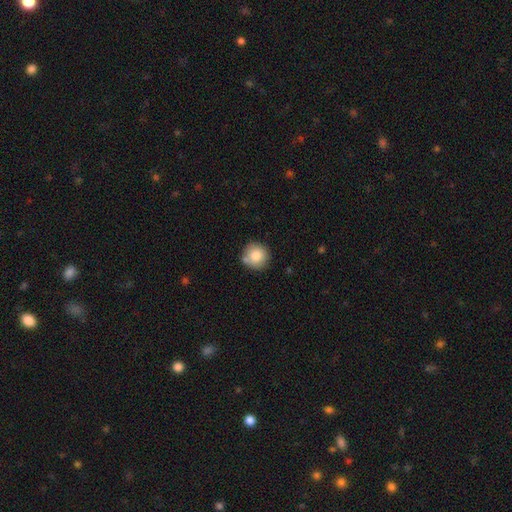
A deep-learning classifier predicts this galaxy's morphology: Q: Smooth or featured?
A: smooth (82%); runner-up: featured or disk (10%)
Q: How rounded?
A: round (93%); runner-up: in between (6%)
Q: Merging?
A: none (77%); runner-up: minor disturbance (13%)